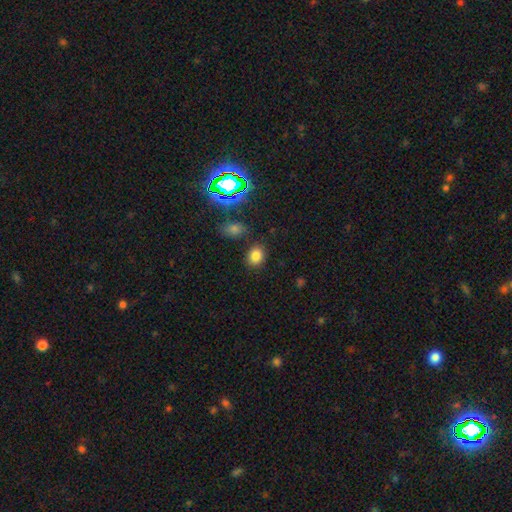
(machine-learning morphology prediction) This appears to be a smooth galaxy with no disk features (77%) that is round (51%). Merging: none (81%).